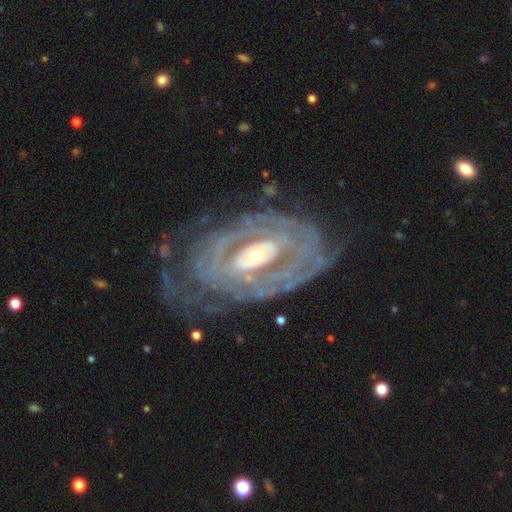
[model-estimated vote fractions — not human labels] Q: Smooth or featured?
A: featured or disk (85%); runner-up: smooth (9%)
Q: Edge-on disk?
A: no (95%); runner-up: yes (5%)
Q: Bar?
A: no (62%); runner-up: weak (23%)
Q: Spiral arms?
A: yes (77%); runner-up: no (23%)
Q: Spiral winding?
A: tight (67%); runner-up: medium (22%)
Q: Spiral arm count?
A: can't tell (42%); runner-up: 2 (29%)
Q: Bulge size?
A: moderate (49%); runner-up: small (41%)
Q: Merging?
A: none (63%); runner-up: minor disturbance (19%)